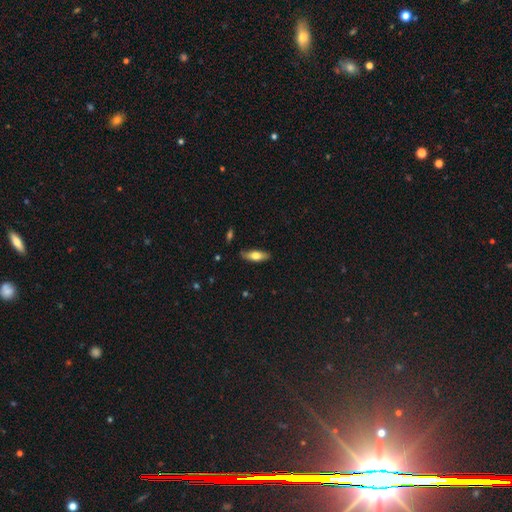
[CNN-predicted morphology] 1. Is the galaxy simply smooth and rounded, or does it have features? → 65% smooth, 28% featured or disk, 6% star or artifact.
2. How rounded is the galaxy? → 60% in between, 38% cigar-shaped, 2% round.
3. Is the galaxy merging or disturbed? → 83% none, 13% minor disturbance, 2% major disturbance, 2% merger.